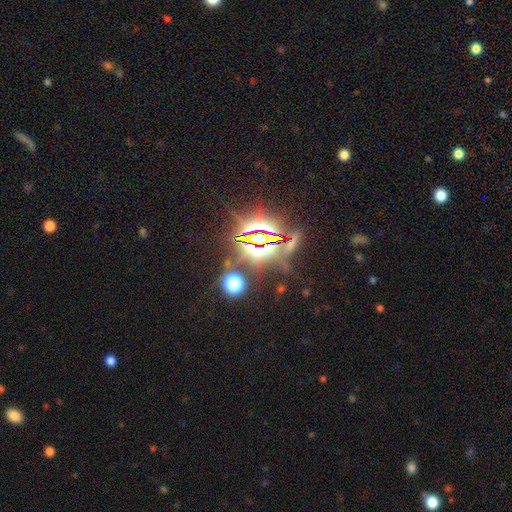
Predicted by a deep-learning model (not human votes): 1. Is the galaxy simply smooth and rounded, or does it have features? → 84% star or artifact, 9% smooth, 8% featured or disk.